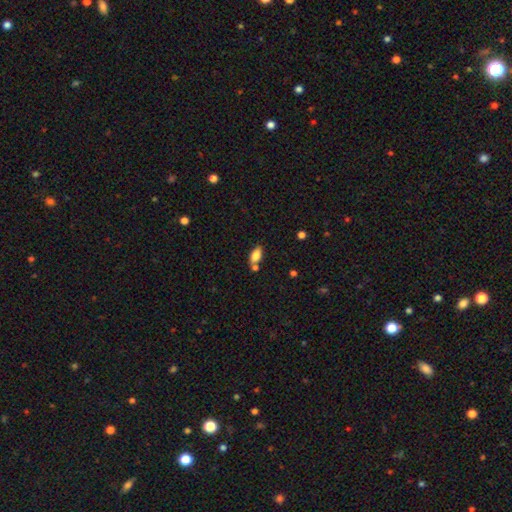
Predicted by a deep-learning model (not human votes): Q: Smooth or featured?
A: smooth (79%); runner-up: featured or disk (13%)
Q: How rounded?
A: in between (89%); runner-up: cigar-shaped (7%)
Q: Merging?
A: none (61%); runner-up: merger (21%)